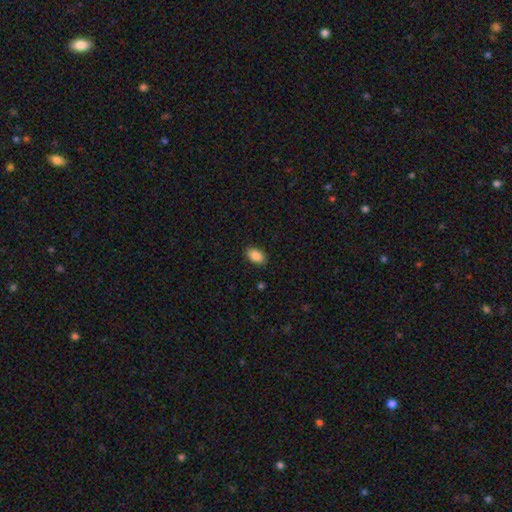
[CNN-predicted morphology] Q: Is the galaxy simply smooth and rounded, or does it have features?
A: smooth — 88%.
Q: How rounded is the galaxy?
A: in between — 92%.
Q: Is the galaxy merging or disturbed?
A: none — 89%.